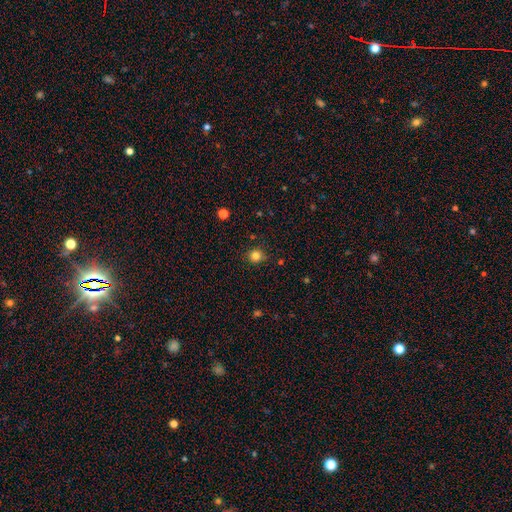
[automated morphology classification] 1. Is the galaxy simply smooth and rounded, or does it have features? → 82% smooth, 13% star or artifact, 5% featured or disk.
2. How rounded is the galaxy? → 91% round, 8% in between, 1% cigar-shaped.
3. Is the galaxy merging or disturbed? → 87% none, 9% minor disturbance, 2% major disturbance, 1% merger.